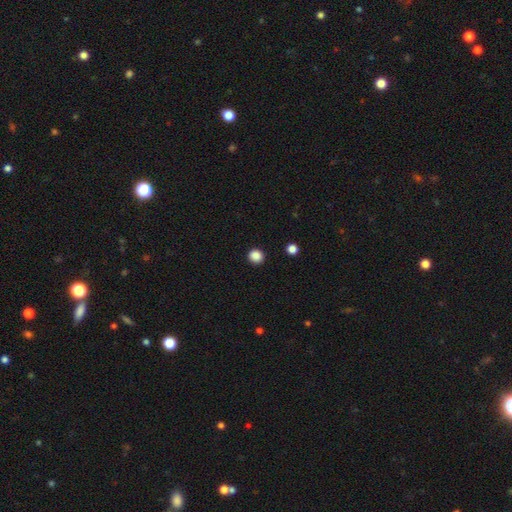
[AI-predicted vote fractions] Overall: smooth (88%). How rounded: round (88%). Merging: none (92%).